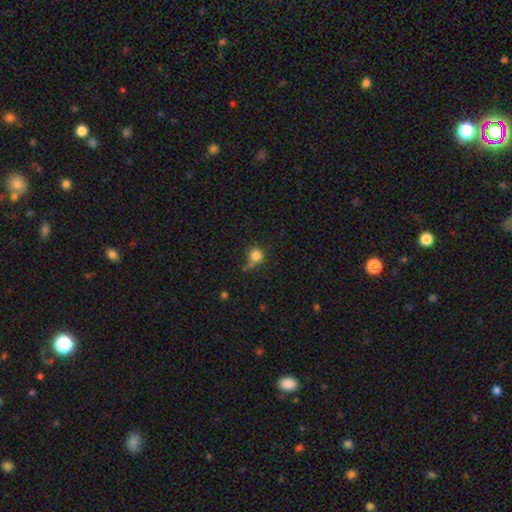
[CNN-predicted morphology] smooth_or_featured: smooth (p=0.82) [alt: star or artifact p=0.12]
how_rounded: round (p=0.89) [alt: in between p=0.10]
merging: none (p=0.56) [alt: minor disturbance p=0.24]